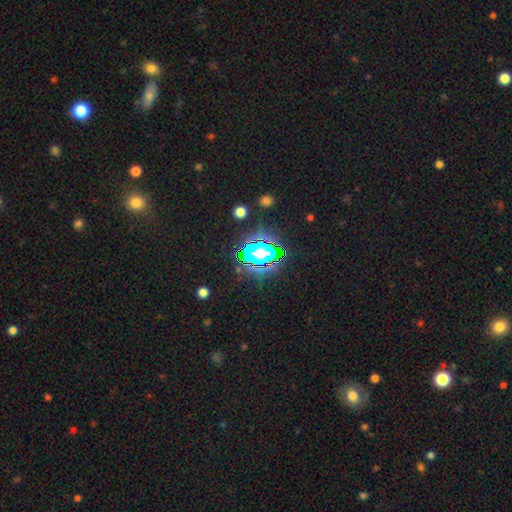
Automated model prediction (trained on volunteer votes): Smooth or featured: star or artifact — 80% (smooth — 13%)